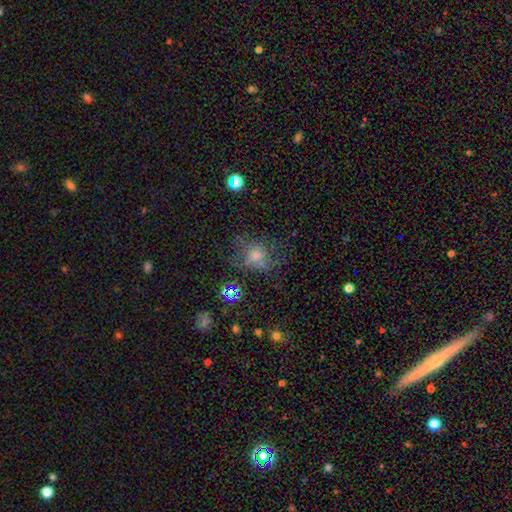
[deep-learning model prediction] A smooth galaxy with no disk features (47%). Merging: none (55%).